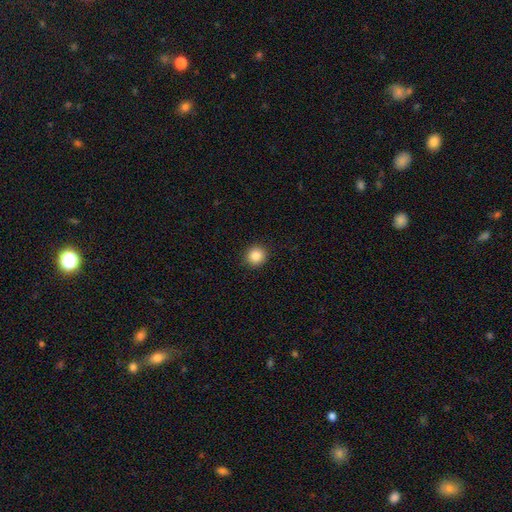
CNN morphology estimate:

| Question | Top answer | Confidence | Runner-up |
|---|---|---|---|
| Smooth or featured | smooth | 85% | star or artifact (10%) |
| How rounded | round | 91% | in between (9%) |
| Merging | none | 92% | minor disturbance (6%) |